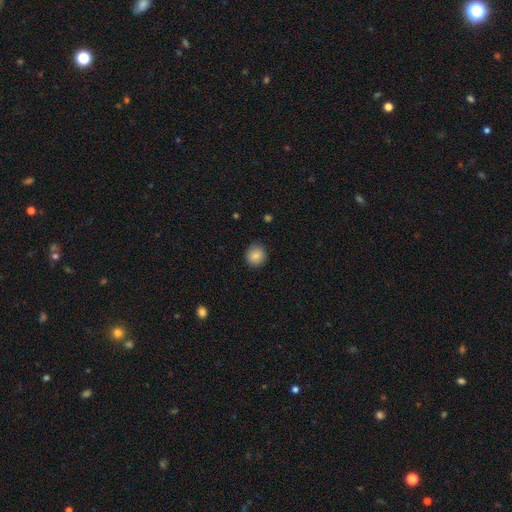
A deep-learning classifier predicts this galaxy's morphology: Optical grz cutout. It shows a smooth galaxy with no disk features (85%) that is round (86%). Merging: none (88%).